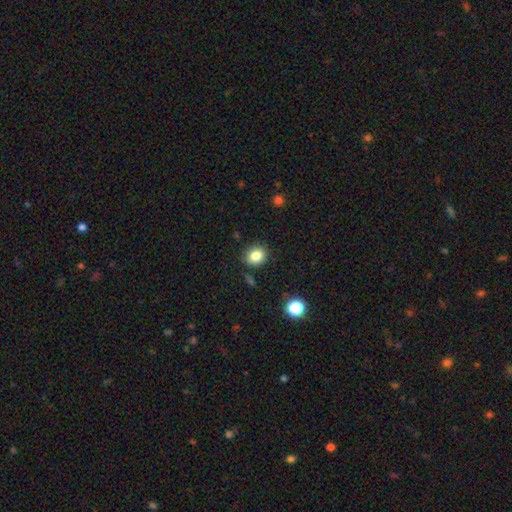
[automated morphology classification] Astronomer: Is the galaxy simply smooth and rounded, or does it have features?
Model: smooth — 84%.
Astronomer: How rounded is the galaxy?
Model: round — 60% (runner-up: in between, 40%).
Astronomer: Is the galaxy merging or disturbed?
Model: none — 84%.